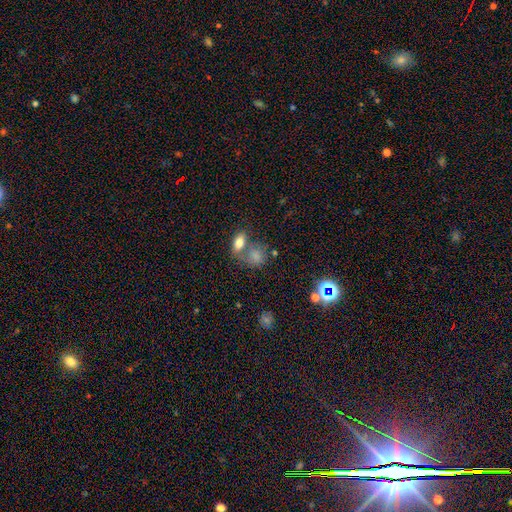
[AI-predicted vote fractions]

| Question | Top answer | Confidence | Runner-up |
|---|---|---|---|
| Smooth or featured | smooth | 75% | star or artifact (15%) |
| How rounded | in between | 55% | round (42%) |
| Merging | none | 43% | merger (35%) |